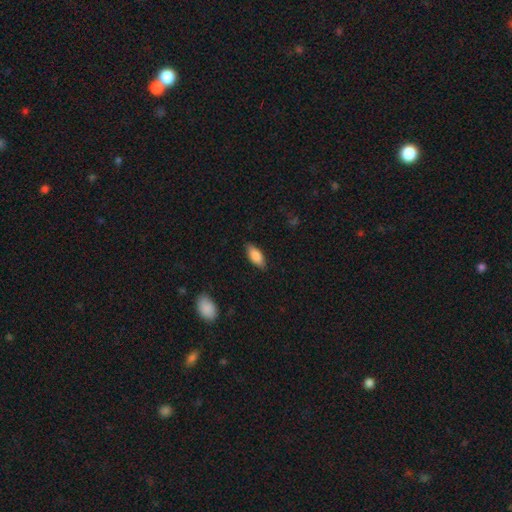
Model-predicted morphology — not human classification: This is clearly a smooth galaxy (84%). How rounded: clearly in between (83%). Merging: clearly none (84%).